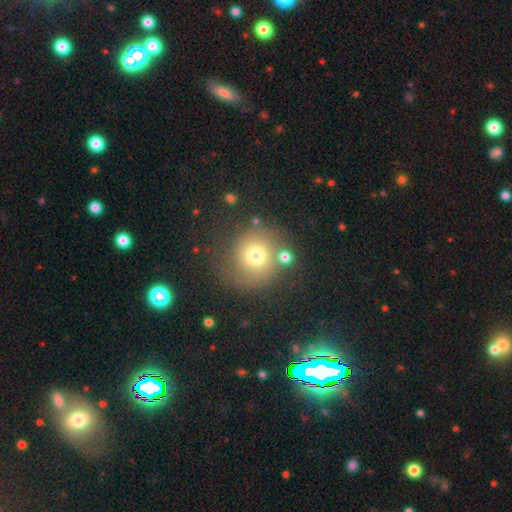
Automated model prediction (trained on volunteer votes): A smooth galaxy with no disk features (68%) that is round (90%). Merging: none (68%).